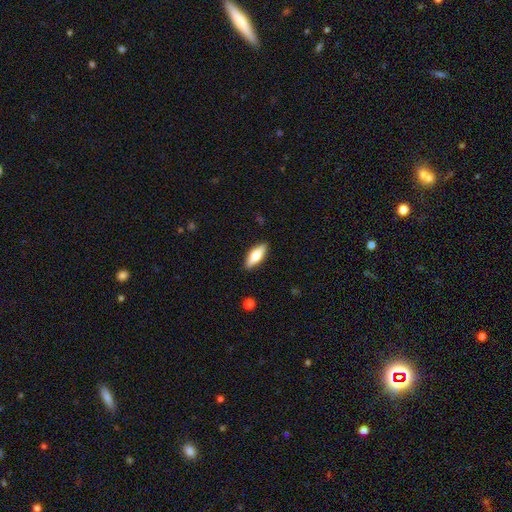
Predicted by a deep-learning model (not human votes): Morphology: type=smooth (56%); roundness=in between (61%); merging=none (89%).